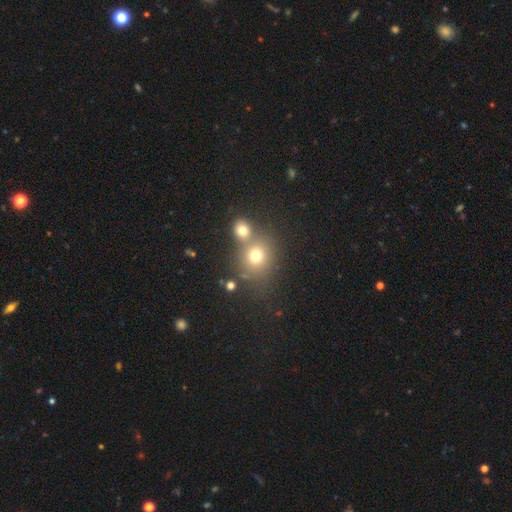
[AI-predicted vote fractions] This is likely a smooth galaxy (71%). How rounded: likely round (79%). Merging: possibly none (53%).